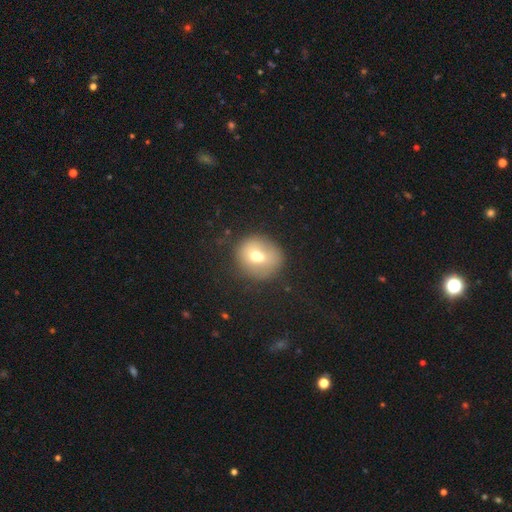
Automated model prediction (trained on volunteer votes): smooth_or_featured: smooth (p=0.67) [alt: featured or disk p=0.21]
how_rounded: round (p=0.81) [alt: in between p=0.18]
merging: none (p=0.61) [alt: minor disturbance p=0.18]